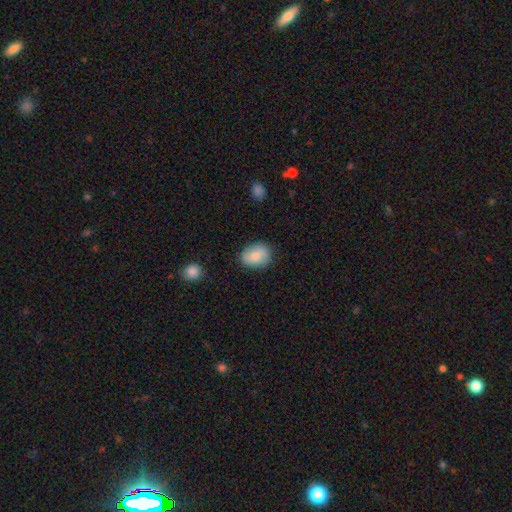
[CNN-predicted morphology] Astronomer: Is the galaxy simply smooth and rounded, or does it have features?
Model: smooth — 82%.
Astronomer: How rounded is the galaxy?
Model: in between — 58% (runner-up: round, 41%).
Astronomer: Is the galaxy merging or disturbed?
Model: none — 82%.